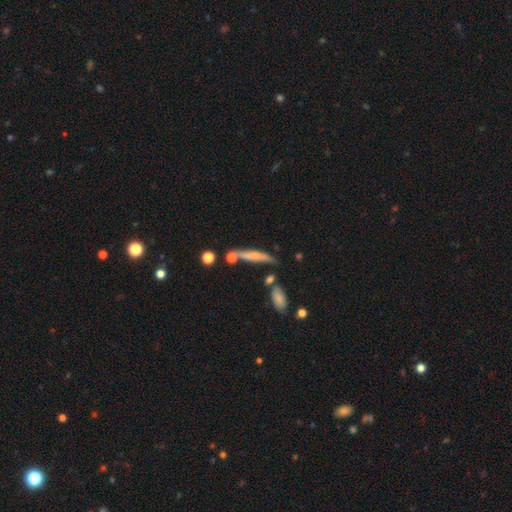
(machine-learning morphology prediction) Smooth or featured? Predicted: smooth (p=0.56). How rounded? Predicted: cigar-shaped (p=0.87). Merging? Predicted: none (p=0.66).